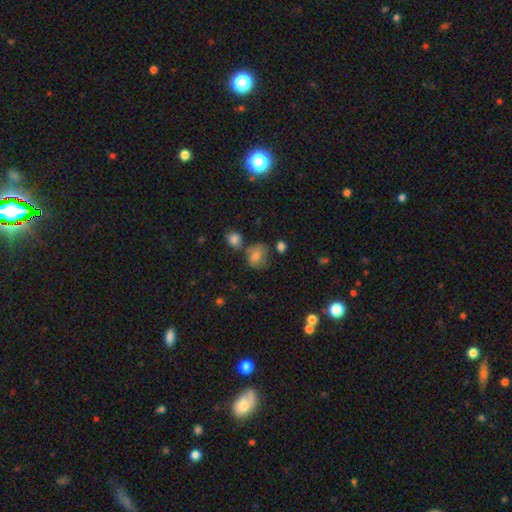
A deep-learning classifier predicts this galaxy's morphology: This is likely a smooth galaxy (69%). How rounded: possibly round (53%). Merging: possibly none (55%).